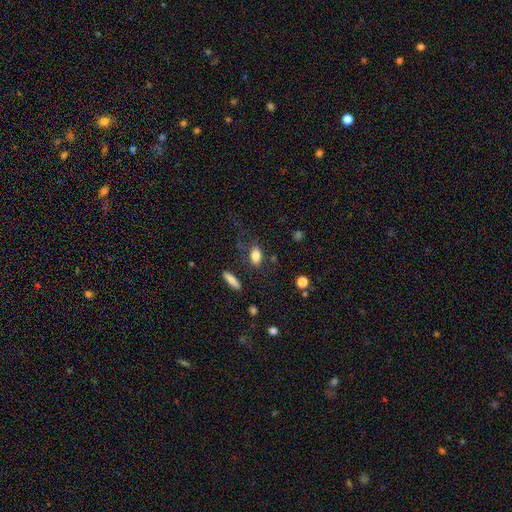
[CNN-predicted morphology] Smooth or featured: smooth — 81% (featured or disk — 10%)
How rounded: in between — 81% (round — 13%)
Merging: none — 69% (minor disturbance — 18%)